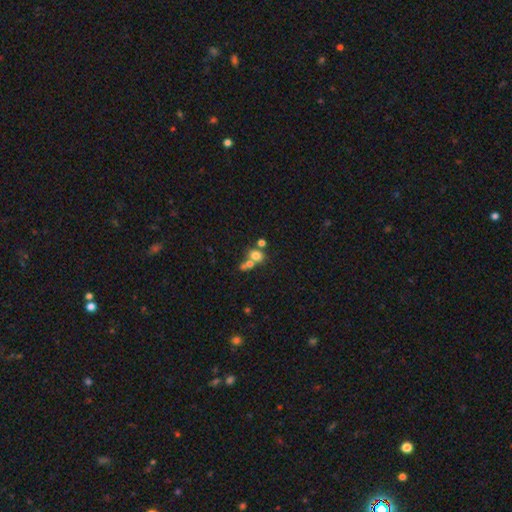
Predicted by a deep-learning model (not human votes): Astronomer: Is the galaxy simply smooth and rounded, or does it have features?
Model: smooth — 72%.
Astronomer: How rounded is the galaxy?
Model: round — 55% (runner-up: in between, 44%).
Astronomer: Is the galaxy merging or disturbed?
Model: merger — 48% (runner-up: none, 37%).